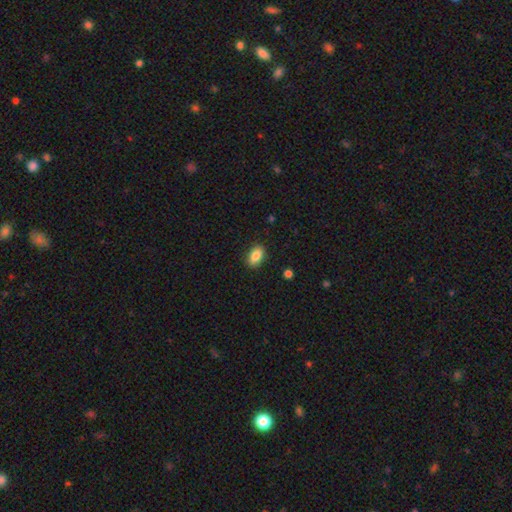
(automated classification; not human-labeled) Smooth or featured: smooth — 86% (star or artifact — 8%)
How rounded: in between — 90% (round — 8%)
Merging: none — 89% (minor disturbance — 8%)